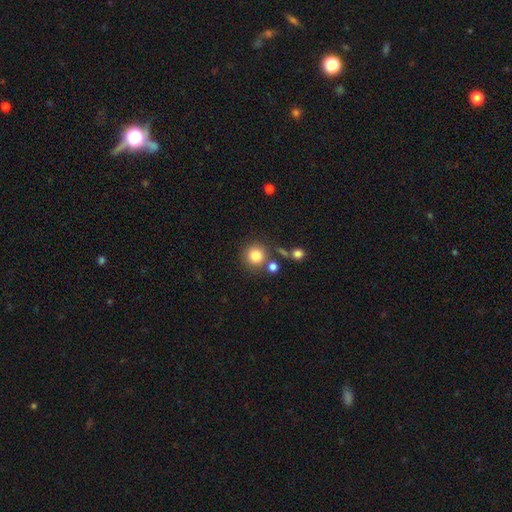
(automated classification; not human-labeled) Smooth or featured: smooth — 82% (star or artifact — 11%)
How rounded: round — 93% (in between — 6%)
Merging: none — 77% (merger — 11%)